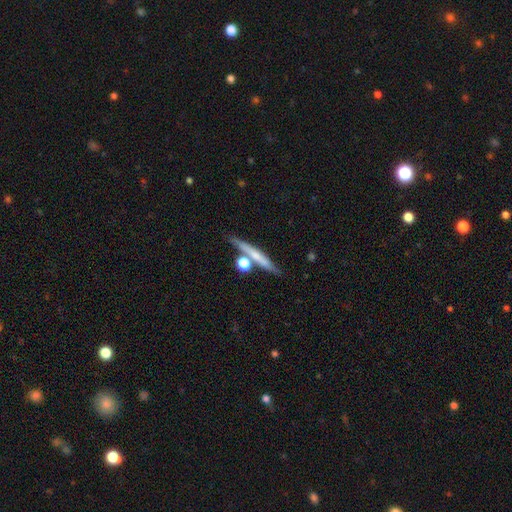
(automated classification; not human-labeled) Smooth or featured?
  - smooth: 52% *
  - featured or disk: 39%
  - star or artifact: 8%
How rounded?
  - cigar-shaped: 81% *
  - round: 10%
  - in between: 9%
Merging?
  - none: 67% *
  - merger: 17%
  - minor disturbance: 12%
  - major disturbance: 4%